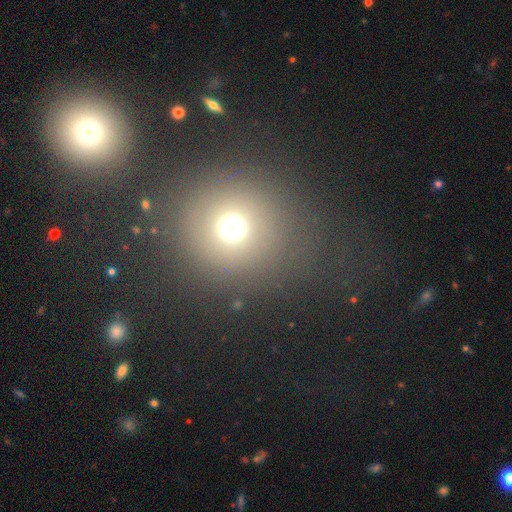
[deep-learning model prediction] Overall: smooth (64%; star or artifact 26%). How rounded: round (89%). Merging: none (75%).